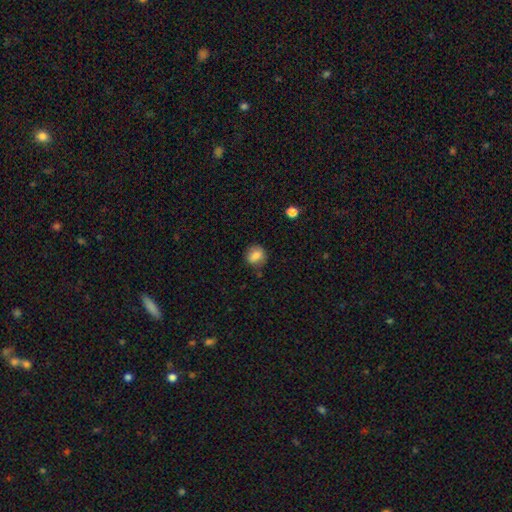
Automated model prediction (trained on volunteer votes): Q: Smooth or featured?
A: smooth (82%); runner-up: star or artifact (9%)
Q: How rounded?
A: round (69%); runner-up: in between (30%)
Q: Merging?
A: none (75%); runner-up: minor disturbance (18%)